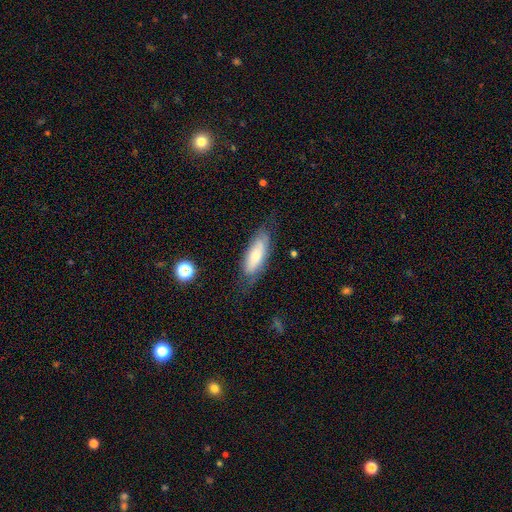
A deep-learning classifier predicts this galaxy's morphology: Smooth or featured: smooth — 66% (featured or disk — 27%)
How rounded: in between — 66% (cigar-shaped — 33%)
Merging: none — 67% (minor disturbance — 23%)